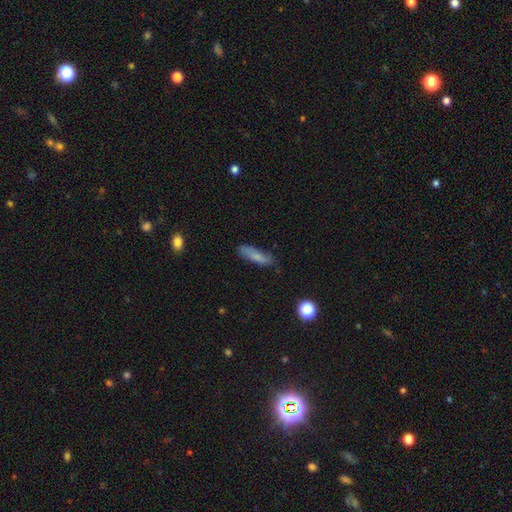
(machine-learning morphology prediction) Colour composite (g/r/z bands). It shows a smooth galaxy with no disk features (74%) that is cigar-shaped (61%). Merging: none (73%).